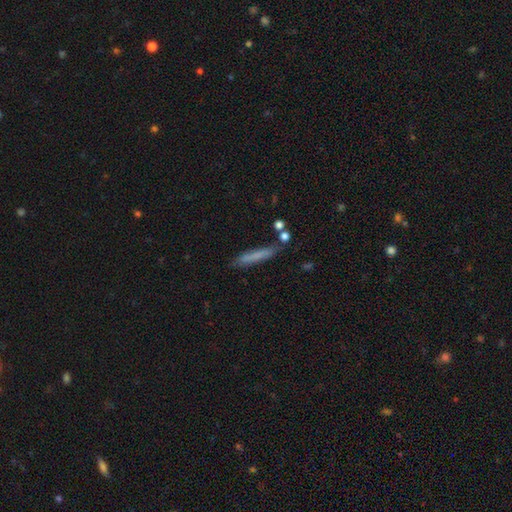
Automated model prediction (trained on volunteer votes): smooth-or-featured: smooth: 70% | featured or disk: 22% | star or artifact: 8%
  how-rounded: cigar-shaped: 93% | in between: 6% | round: 2%
  merging: none: 76% | minor disturbance: 15% | merger: 5% | major disturbance: 4%